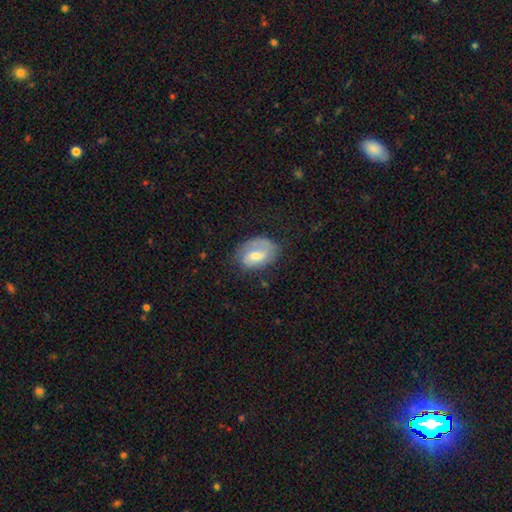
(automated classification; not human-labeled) Morphology: type=featured or disk (49%); merging=none (62%).